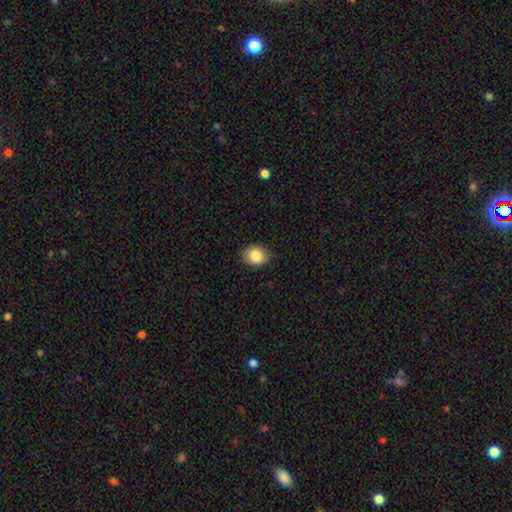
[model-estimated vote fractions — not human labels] Morphology: type=smooth (85%); roundness=round (55%); merging=none (88%).